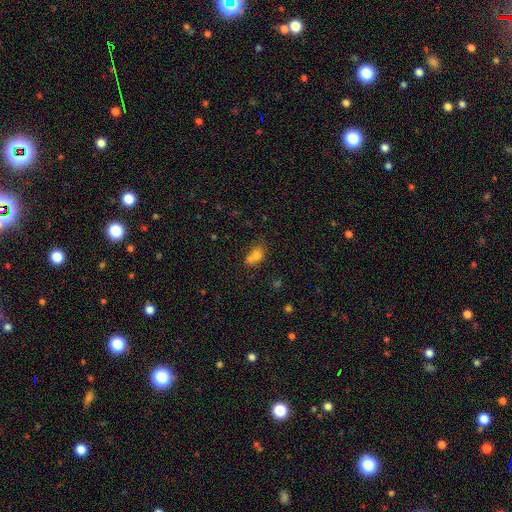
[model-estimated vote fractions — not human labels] Smooth or featured? Predicted: smooth (p=0.72). How rounded? Predicted: in between (p=0.61). Merging? Predicted: merger (p=0.53).